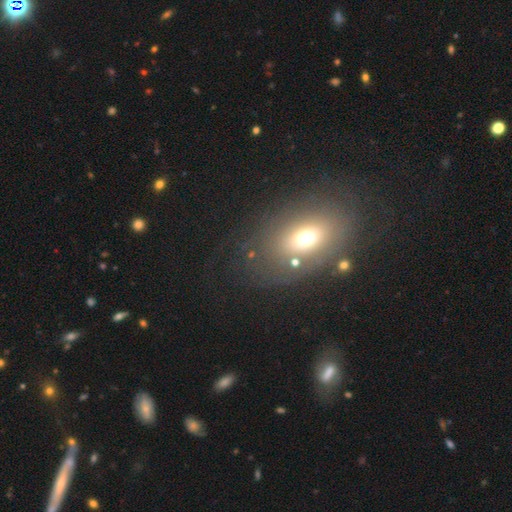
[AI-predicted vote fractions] A smooth galaxy with no disk features (55%) that is in between round and cigar-shaped (81%). Merging: none (80%).